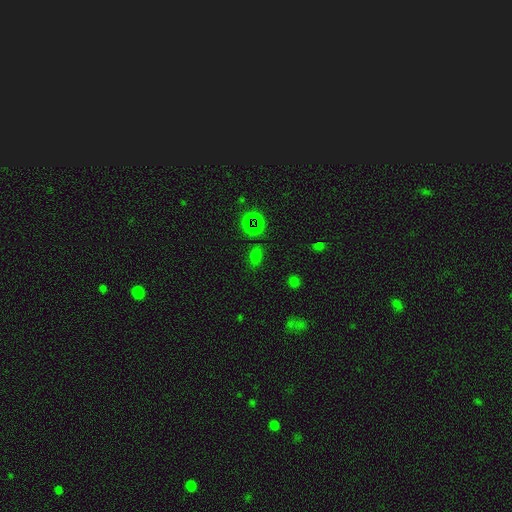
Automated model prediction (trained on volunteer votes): Smooth or featured? smooth (62%)
How rounded? in between (71%)
Merging? none (79%)